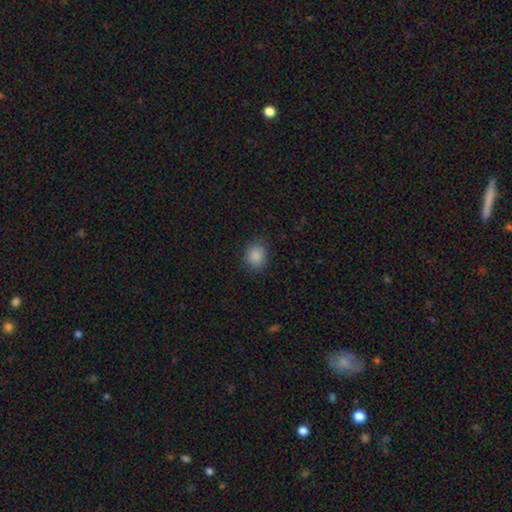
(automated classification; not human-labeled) smooth 87%, star or artifact 9%, featured or disk 3%. Down the decision tree: how rounded — round (63%); merging — none (83%).